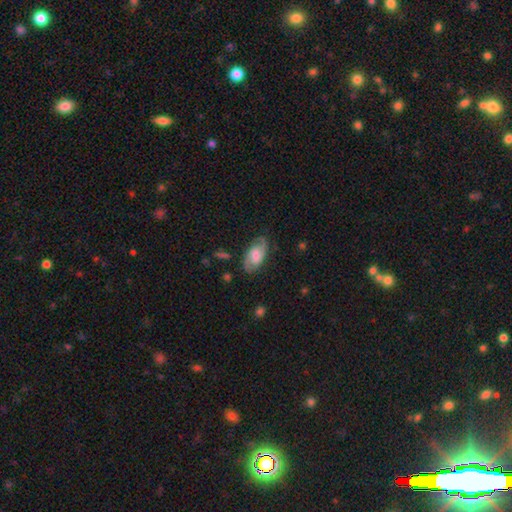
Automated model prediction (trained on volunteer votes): smooth_or_featured: featured or disk (p=0.63) [alt: smooth p=0.31]
disk_edge_on: no (p=0.94) [alt: yes p=0.06]
bar: weak (p=0.49) [alt: no p=0.38]
has_spiral_arms: yes (p=0.89) [alt: no p=0.11]
spiral_winding: medium (p=0.45) [alt: tight p=0.34]
spiral_arm_count: 2 (p=0.81) [alt: can't tell p=0.12]
bulge_size: moderate (p=0.53) [alt: small p=0.30]
merging: none (p=0.75) [alt: minor disturbance p=0.18]